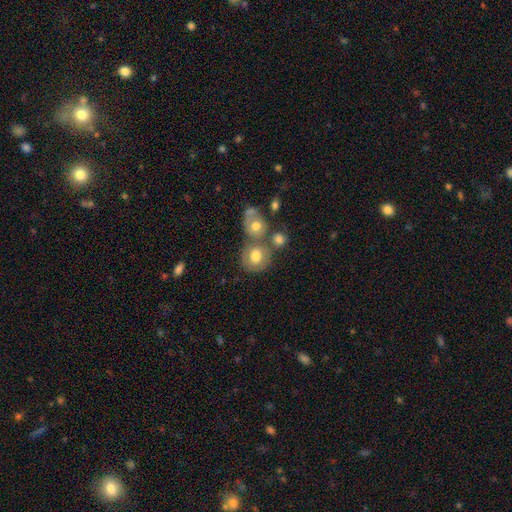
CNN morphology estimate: smooth_or_featured: smooth (p=0.69) [alt: featured or disk p=0.22]
how_rounded: round (p=0.74) [alt: in between p=0.25]
merging: none (p=0.44) [alt: merger p=0.38]